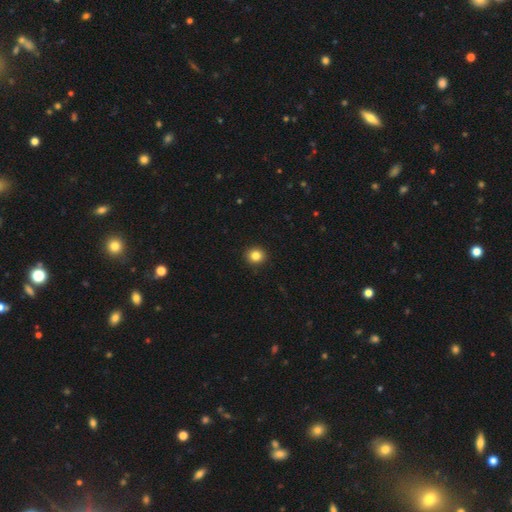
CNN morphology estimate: The model was most divided on "smooth or featured": smooth: 84%, star or artifact: 11%, featured or disk: 5%. More confident: merging — none (93%); how rounded — round (87%).